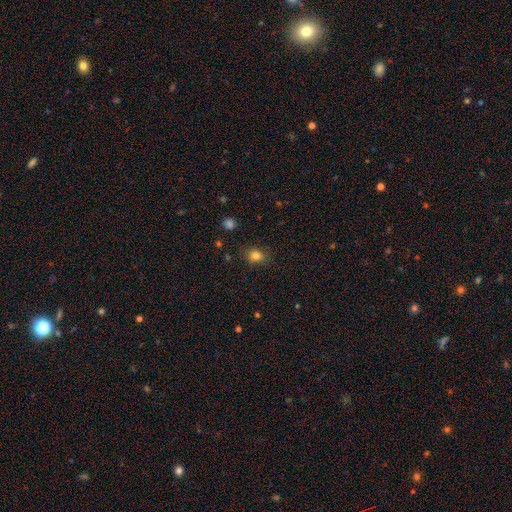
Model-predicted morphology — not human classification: Smooth or featured: smooth — 80% (star or artifact — 14%)
How rounded: round — 60% (in between — 39%)
Merging: none — 83% (minor disturbance — 12%)